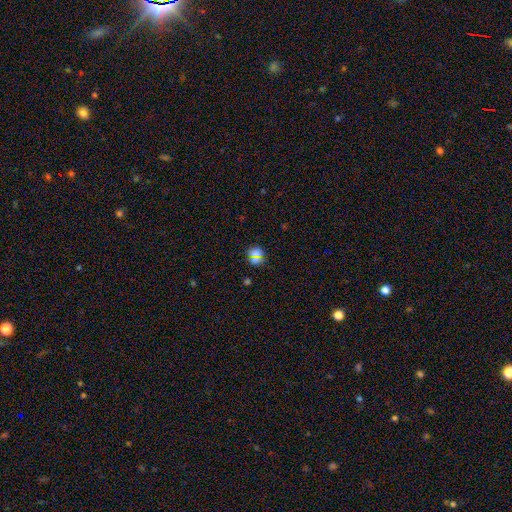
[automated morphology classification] type=smooth (62%); roundness=round (90%); merging=none (85%).